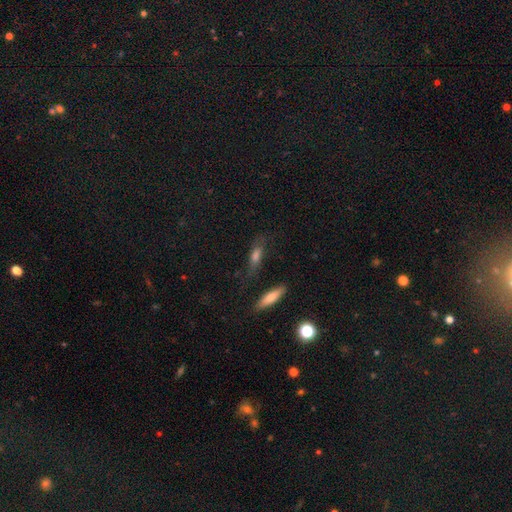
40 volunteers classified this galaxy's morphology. smooth 52%, featured or disk 42%, star or artifact 5%. Down the decision tree: how rounded — in between (48%, tied with cigar-shaped); merging — none (71%).